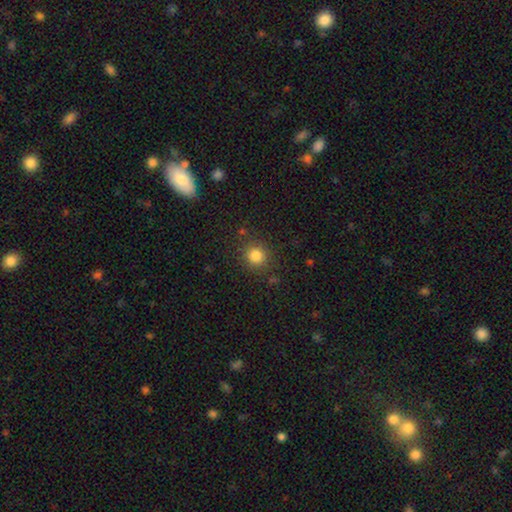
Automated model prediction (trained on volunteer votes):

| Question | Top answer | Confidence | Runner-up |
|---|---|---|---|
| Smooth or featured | smooth | 83% | star or artifact (12%) |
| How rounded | round | 91% | in between (8%) |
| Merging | none | 86% | minor disturbance (8%) |